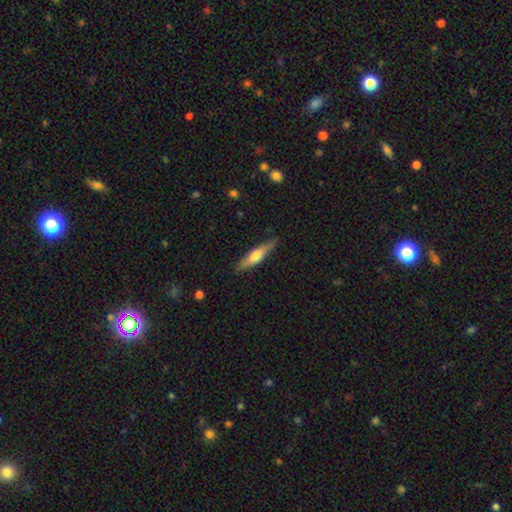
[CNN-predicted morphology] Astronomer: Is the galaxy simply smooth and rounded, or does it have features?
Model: smooth — 50% (runner-up: featured or disk, 45%).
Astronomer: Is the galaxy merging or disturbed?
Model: none — 85%.